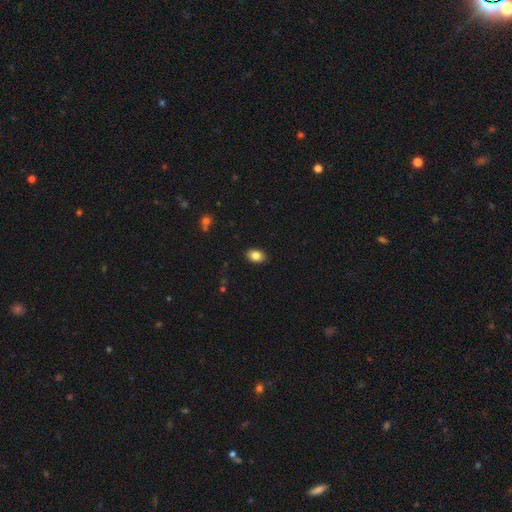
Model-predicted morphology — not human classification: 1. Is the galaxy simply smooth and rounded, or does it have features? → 85% smooth, 8% star or artifact, 7% featured or disk.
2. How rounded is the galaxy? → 83% in between, 15% round, 1% cigar-shaped.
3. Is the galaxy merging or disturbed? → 89% none, 8% minor disturbance, 2% major disturbance, 1% merger.